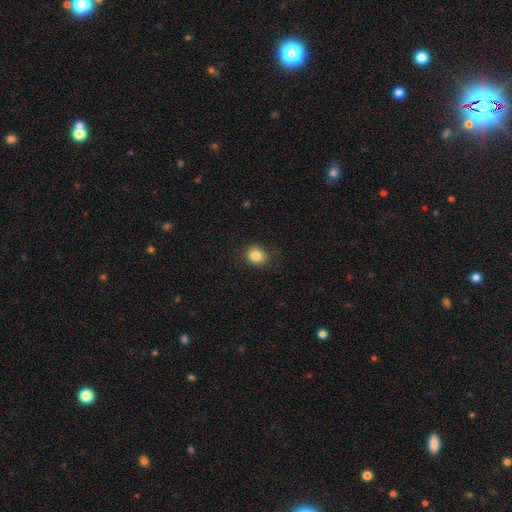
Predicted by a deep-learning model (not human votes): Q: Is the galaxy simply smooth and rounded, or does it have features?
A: smooth — 84%.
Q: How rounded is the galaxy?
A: round — 66%.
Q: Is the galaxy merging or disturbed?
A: none — 83%.